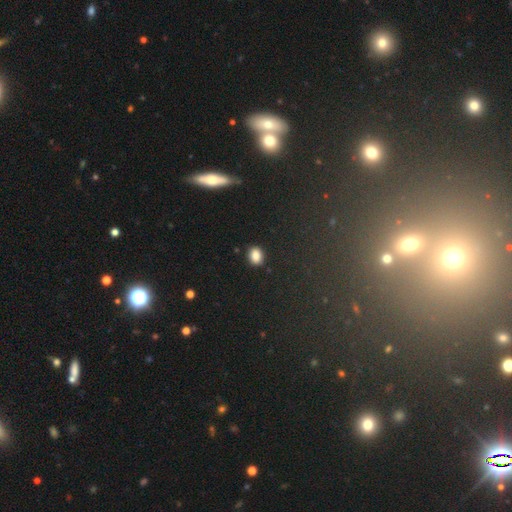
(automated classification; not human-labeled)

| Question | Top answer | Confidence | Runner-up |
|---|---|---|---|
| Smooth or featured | smooth | 85% | star or artifact (10%) |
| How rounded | in between | 64% | round (35%) |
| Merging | none | 87% | minor disturbance (9%) |